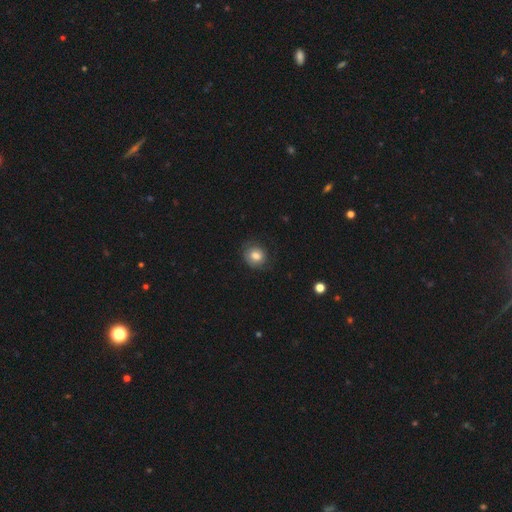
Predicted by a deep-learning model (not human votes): Smooth or featured: smooth — 72% (featured or disk — 20%)
How rounded: round — 73% (in between — 27%)
Merging: none — 72% (minor disturbance — 19%)